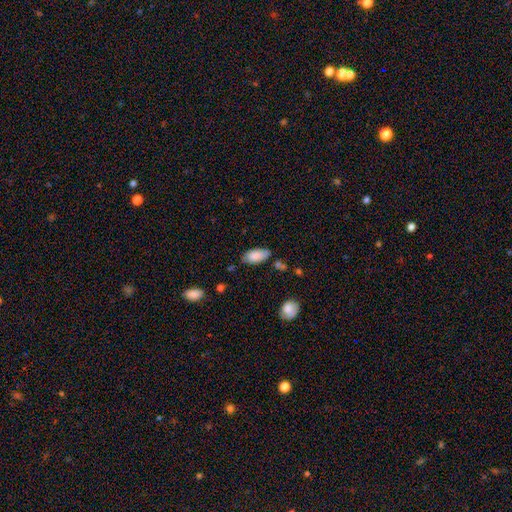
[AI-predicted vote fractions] This appears to be a smooth galaxy with no disk features (85%) that is in between round and cigar-shaped (91%). Merging: none (73%).